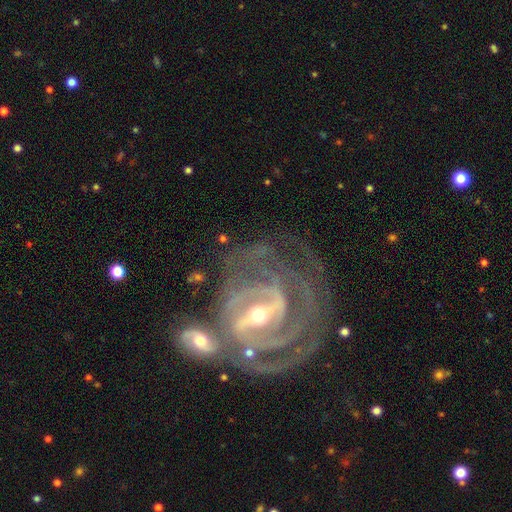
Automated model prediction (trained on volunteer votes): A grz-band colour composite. It shows a featured or disk galaxy (92%) with a strong bar (67%), 2 (29%) tight (65%) spiral arms (97%) and a moderate central bulge (50%). Merging: none (48%).